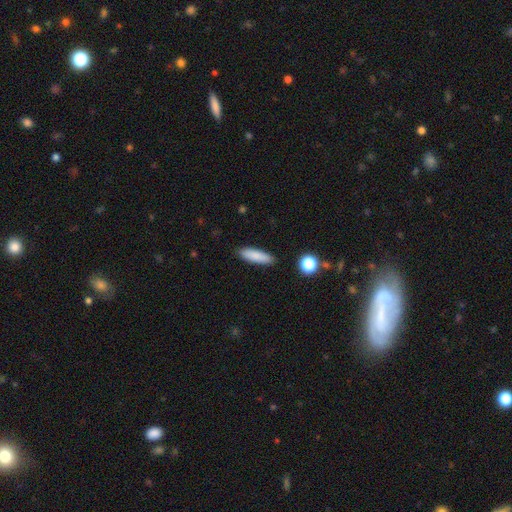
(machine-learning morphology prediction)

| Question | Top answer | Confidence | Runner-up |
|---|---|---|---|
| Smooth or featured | smooth | 85% | featured or disk (8%) |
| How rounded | cigar-shaped | 59% | in between (39%) |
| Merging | none | 88% | minor disturbance (9%) |